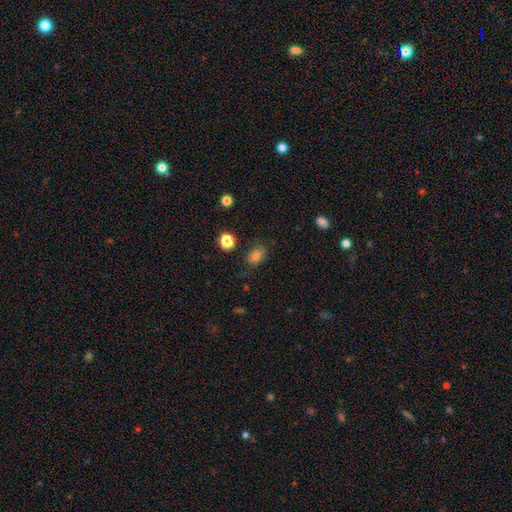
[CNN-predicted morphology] Smooth or featured?
  - smooth: 69% *
  - featured or disk: 16%
  - star or artifact: 15%
How rounded?
  - in between: 69% *
  - round: 29%
  - cigar-shaped: 2%
Merging?
  - none: 64% *
  - minor disturbance: 23%
  - major disturbance: 10%
  - merger: 2%